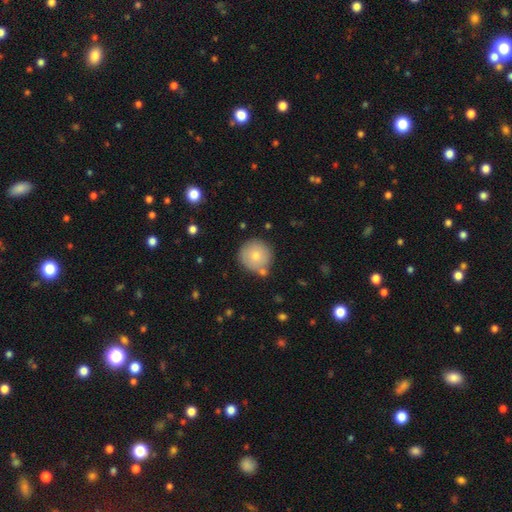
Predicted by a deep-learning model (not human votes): Smooth or featured? Predicted: smooth (p=0.75). How rounded? Predicted: round (p=0.95). Merging? Predicted: none (p=0.76).